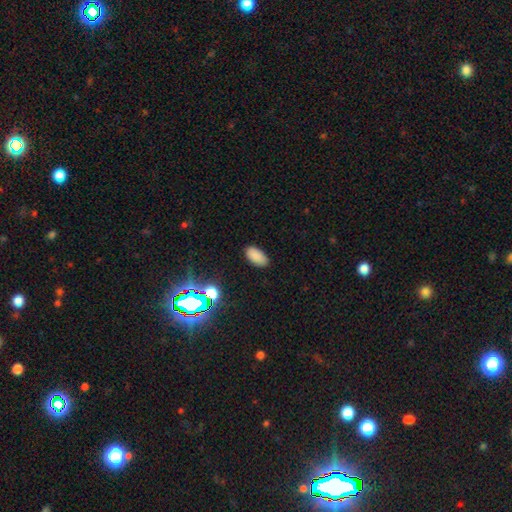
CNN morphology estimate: The model was most divided on "smooth or featured": smooth: 83%, star or artifact: 13%, featured or disk: 4%. More confident: how rounded — in between (95%); merging — none (88%).